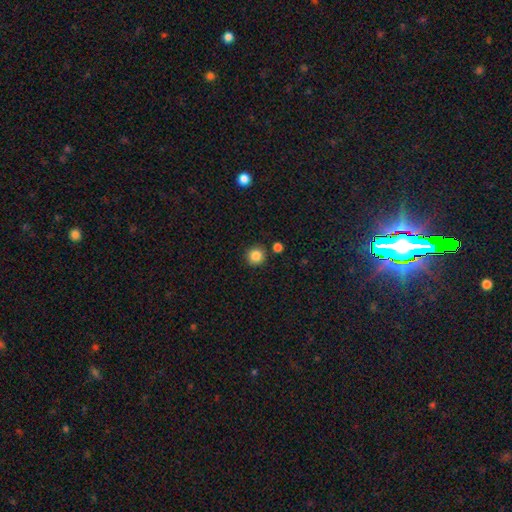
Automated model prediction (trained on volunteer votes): A smooth galaxy with no disk features (86%) that is round (93%). Merging: none (86%).